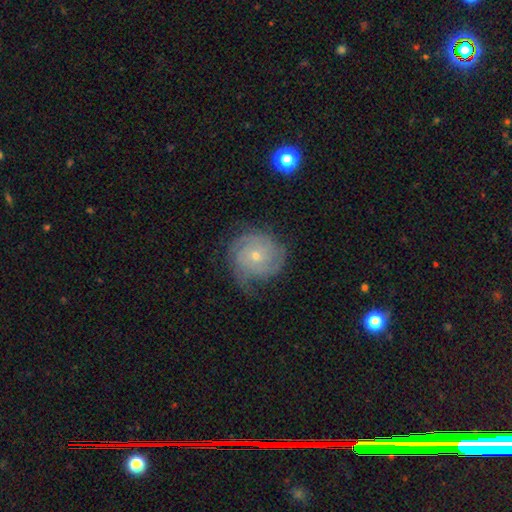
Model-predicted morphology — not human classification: smooth-or-featured: featured or disk: 80% | smooth: 13% | star or artifact: 7%
  disk-edge-on: no: 98% | yes: 2%
    bar: no: 78% | weak: 19% | strong: 3%
    has-spiral-arms: yes: 95% | no: 5%
      spiral-winding: tight: 70% | medium: 24% | loose: 6%
      spiral-arm-count: 3: 30% | can't tell: 28% | 2: 18% | 4: 13% | 1: 6% | more than 4: 6%
    bulge-size: small: 68% | moderate: 29% | none: 1% | large: 1% | dominant: 1%
  merging: none: 68% | minor disturbance: 22% | major disturbance: 9% | merger: 1%